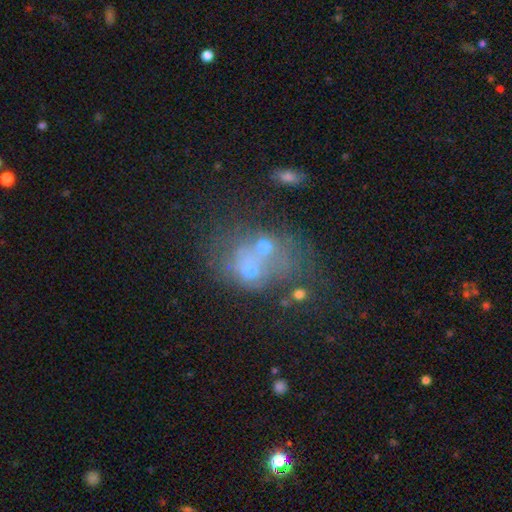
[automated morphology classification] The model was most divided on "smooth or featured": featured or disk: 41%, smooth: 37%, star or artifact: 22%. More confident: merging — merger (54%).